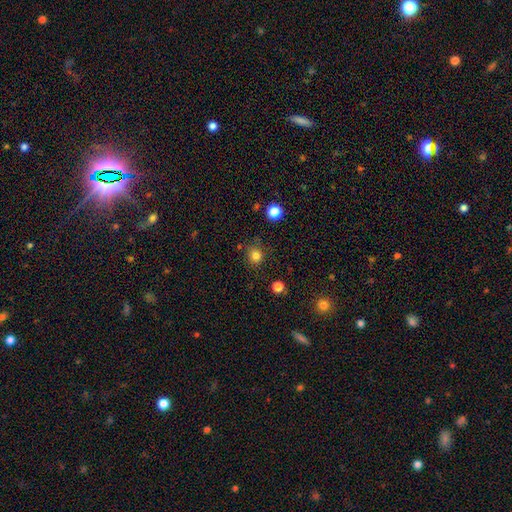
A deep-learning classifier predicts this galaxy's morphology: This is clearly a smooth galaxy (82%). How rounded: clearly round (88%). Merging: clearly none (82%).